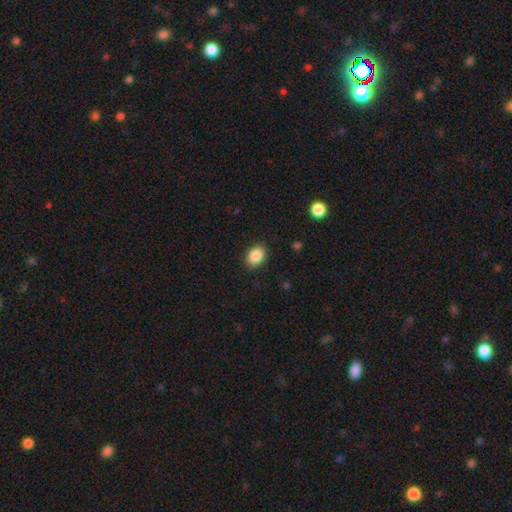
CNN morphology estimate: This appears to be a smooth galaxy with no disk features (88%) that is in between round and cigar-shaped (69%). Merging: none (88%).